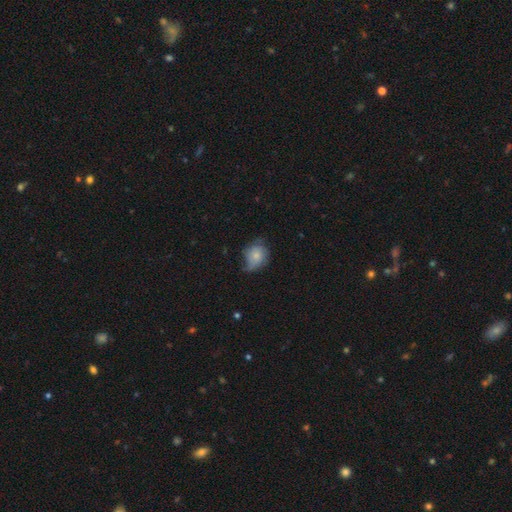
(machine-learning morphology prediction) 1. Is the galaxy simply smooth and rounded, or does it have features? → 69% smooth, 22% featured or disk, 8% star or artifact.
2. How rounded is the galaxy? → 55% round, 44% in between, 1% cigar-shaped.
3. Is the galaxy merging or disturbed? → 43% none, 41% minor disturbance, 14% major disturbance, 2% merger.